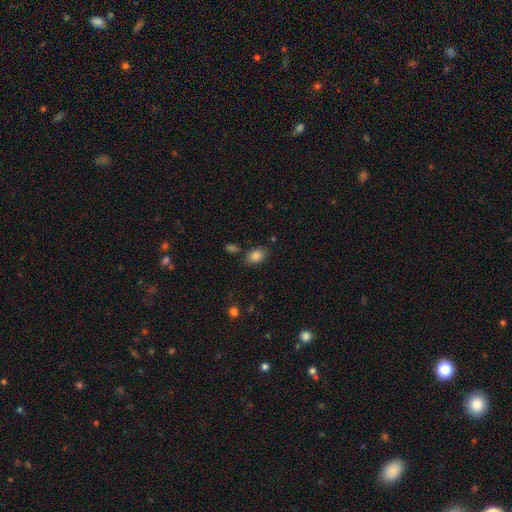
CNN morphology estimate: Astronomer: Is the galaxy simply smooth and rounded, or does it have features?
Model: smooth — 84%.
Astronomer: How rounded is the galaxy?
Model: in between — 85%.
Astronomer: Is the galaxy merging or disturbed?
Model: none — 77%.